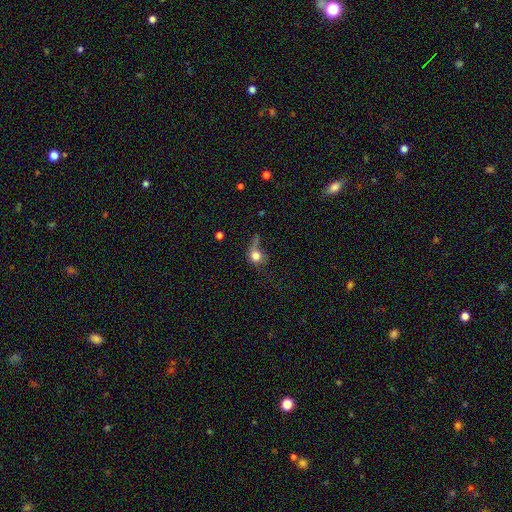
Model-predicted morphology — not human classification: The model was most divided on "merging": major disturbance: 35%, none: 31%, minor disturbance: 23%, merger: 11%. More confident: smooth or featured — smooth (73%); how rounded — round (72%).